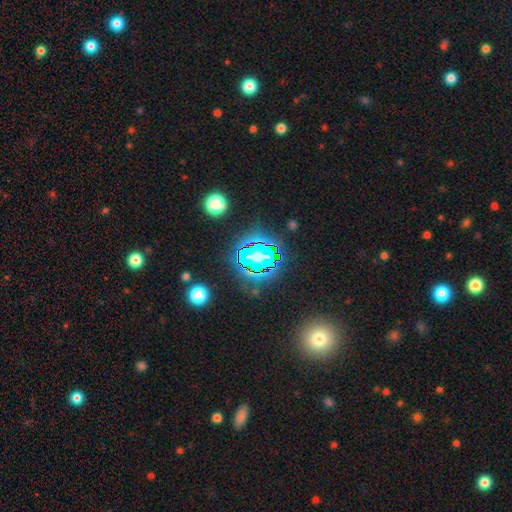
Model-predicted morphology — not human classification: A star or artifact, not a galaxy (63%).

Vote fractions:
- Smooth or featured? star or artifact: 63% / smooth: 24% / featured or disk: 13%